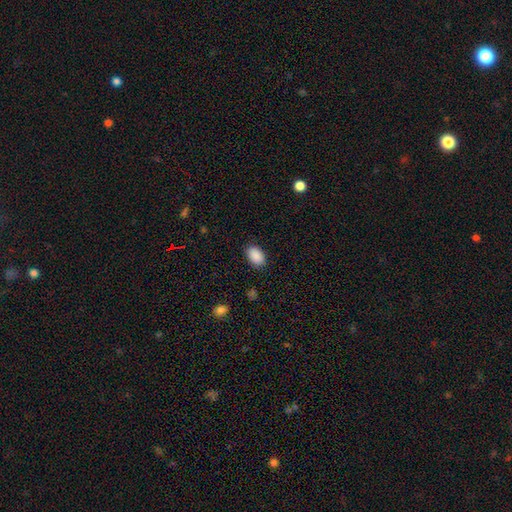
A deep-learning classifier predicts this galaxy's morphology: Overall: smooth (90%). How rounded: in between (87%). Merging: none (87%).